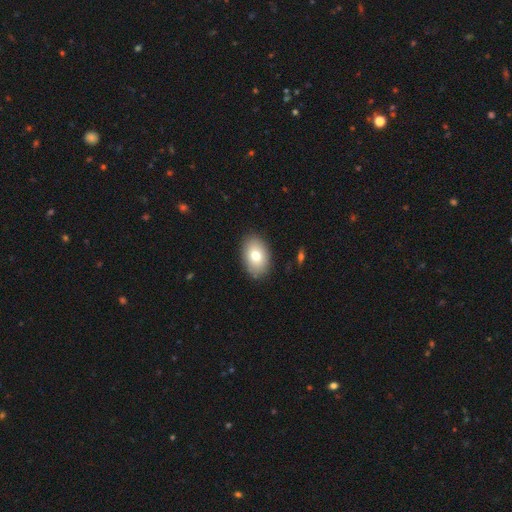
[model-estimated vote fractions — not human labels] smooth 76%, featured or disk 15%, star or artifact 8%. Down the decision tree: how rounded — in between (86%); merging — none (88%).